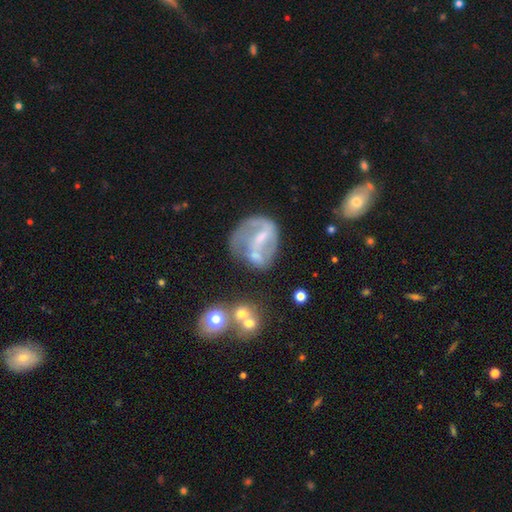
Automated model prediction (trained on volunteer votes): Smooth or featured? featured or disk (60%)
Edge-on disk? no (97%)
Bar? weak (38%, tied with no)
Spiral arms? no (56%)
Bulge size? small (35%)
Merging? none (36%)